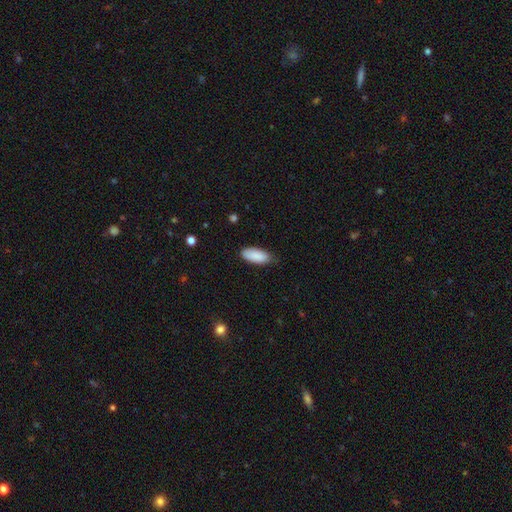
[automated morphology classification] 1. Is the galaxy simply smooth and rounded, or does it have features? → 89% smooth, 6% star or artifact, 5% featured or disk.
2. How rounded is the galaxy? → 86% in between, 12% cigar-shaped, 2% round.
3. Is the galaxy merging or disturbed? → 75% none, 21% minor disturbance, 3% major disturbance, 1% merger.